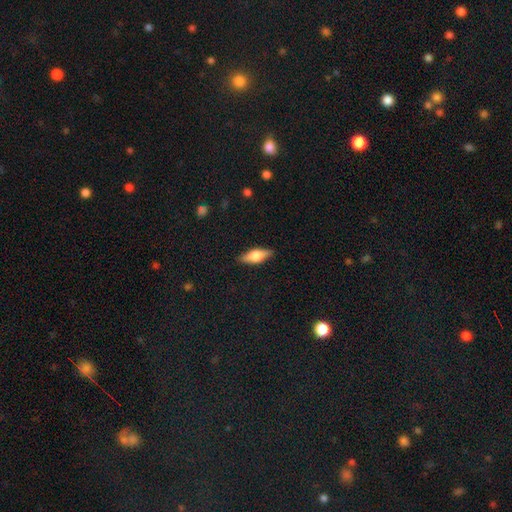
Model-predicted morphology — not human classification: Smooth or featured: smooth — 55% (featured or disk — 39%)
How rounded: in between — 63% (cigar-shaped — 34%)
Merging: none — 87% (minor disturbance — 9%)